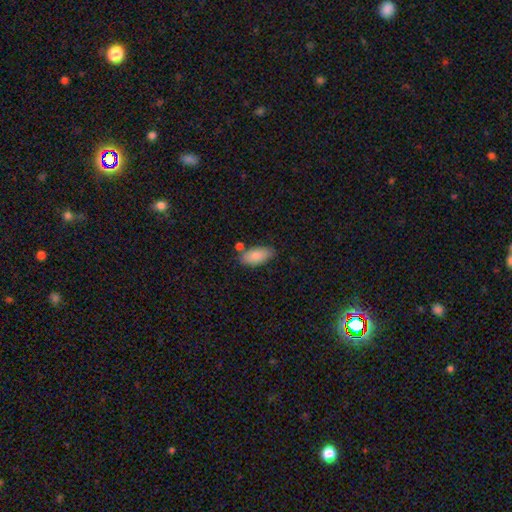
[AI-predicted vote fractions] smooth_or_featured: smooth (p=0.85) [alt: featured or disk p=0.09]
how_rounded: in between (p=0.93) [alt: cigar-shaped p=0.05]
merging: none (p=0.71) [alt: minor disturbance p=0.17]